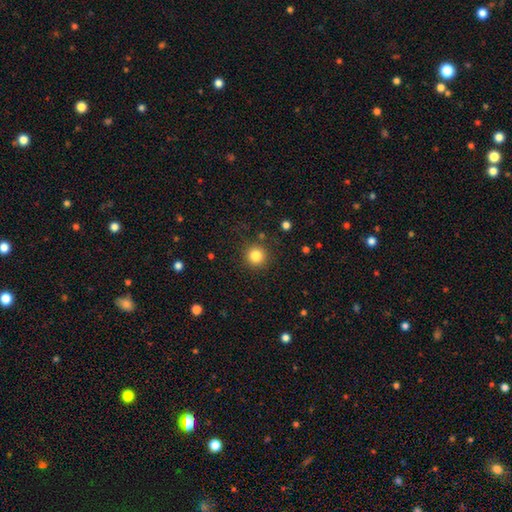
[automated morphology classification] Overall: smooth (83%). How rounded: round (95%). Merging: none (89%).